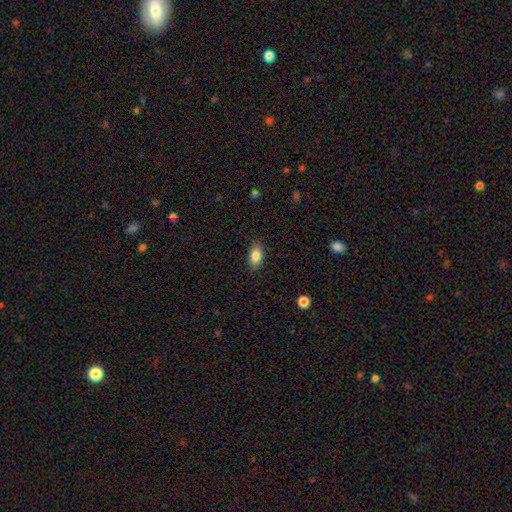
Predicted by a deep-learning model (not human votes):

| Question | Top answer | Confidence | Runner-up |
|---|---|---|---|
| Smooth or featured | smooth | 84% | star or artifact (8%) |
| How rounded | in between | 90% | round (6%) |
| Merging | none | 87% | minor disturbance (10%) |